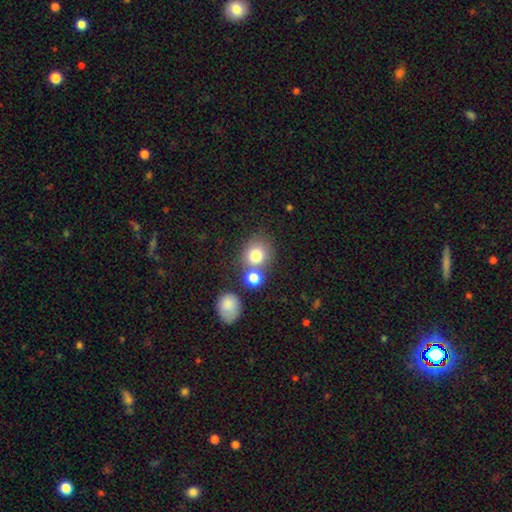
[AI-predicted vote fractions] This is likely a smooth galaxy (79%). How rounded: likely round (76%). Merging: possibly none (57%).